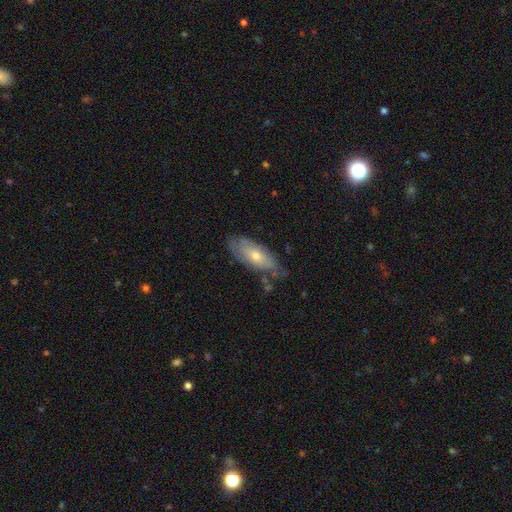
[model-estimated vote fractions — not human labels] smooth_or_featured: featured or disk (p=0.48) [alt: smooth p=0.45]
merging: none (p=0.65) [alt: minor disturbance p=0.26]